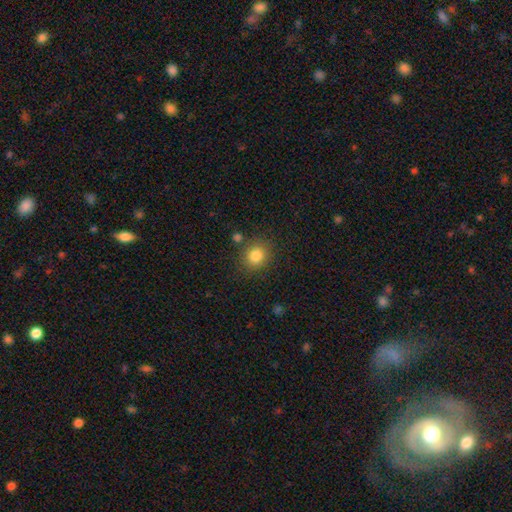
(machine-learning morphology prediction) Smooth or featured?
  - smooth: 83% *
  - star or artifact: 11%
  - featured or disk: 6%
How rounded?
  - round: 71% *
  - in between: 28%
  - cigar-shaped: 1%
Merging?
  - none: 82% *
  - minor disturbance: 10%
  - merger: 5%
  - major disturbance: 3%